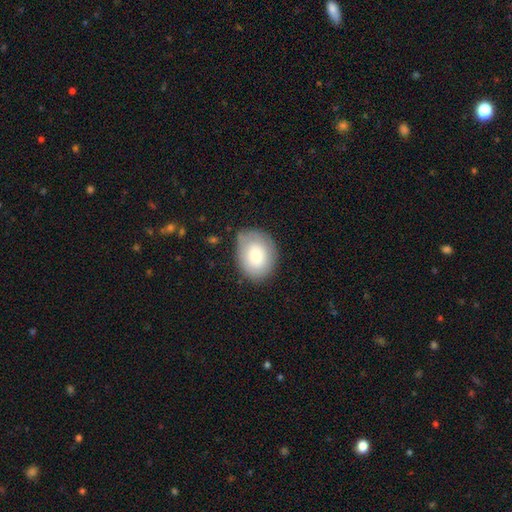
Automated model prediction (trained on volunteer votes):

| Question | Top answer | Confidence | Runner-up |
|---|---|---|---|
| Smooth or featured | smooth | 71% | featured or disk (22%) |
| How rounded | in between | 59% | round (41%) |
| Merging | none | 72% | minor disturbance (20%) |